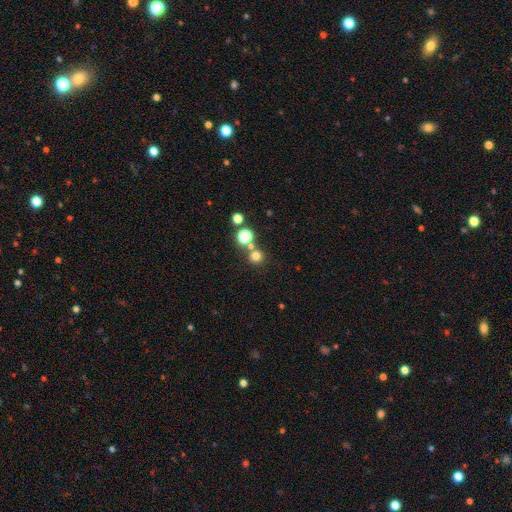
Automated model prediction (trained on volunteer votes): Overall: smooth (73%). How rounded: round (93%). Merging: none (72%).